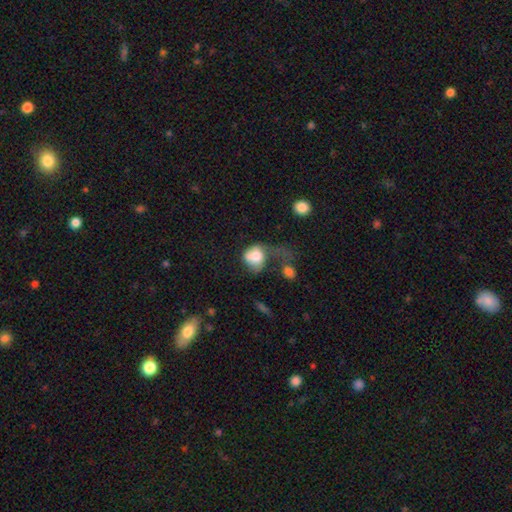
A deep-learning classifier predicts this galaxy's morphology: Overall: smooth (72%). How rounded: round (57%; in between 42%). Merging: major disturbance (49%; minor disturbance 18%).